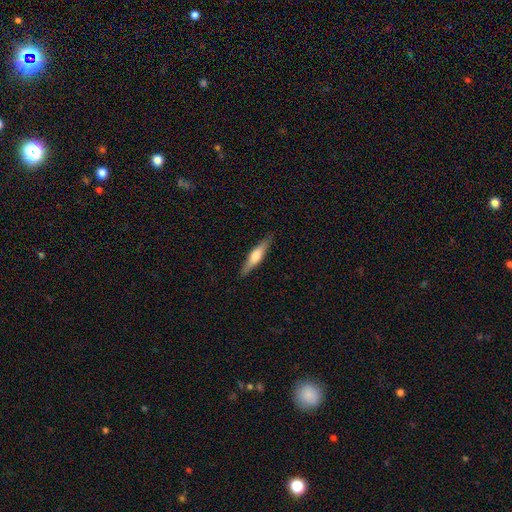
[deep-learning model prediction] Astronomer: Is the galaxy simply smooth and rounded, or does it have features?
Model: featured or disk — 50% (runner-up: smooth, 44%).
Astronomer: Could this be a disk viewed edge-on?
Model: yes — 95%.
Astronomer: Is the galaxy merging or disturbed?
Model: none — 88%.